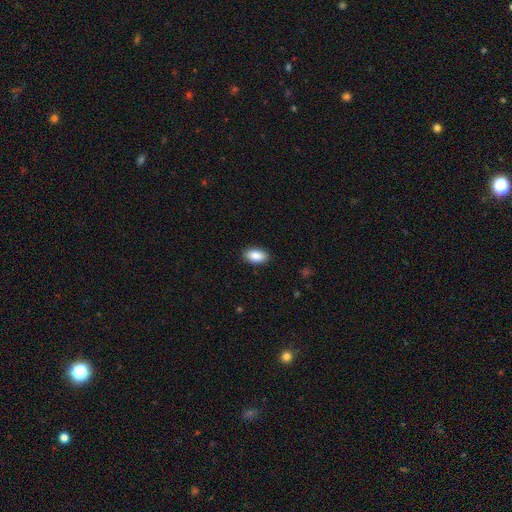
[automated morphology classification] Smooth or featured? smooth (88%)
How rounded? in between (94%)
Merging? none (90%)